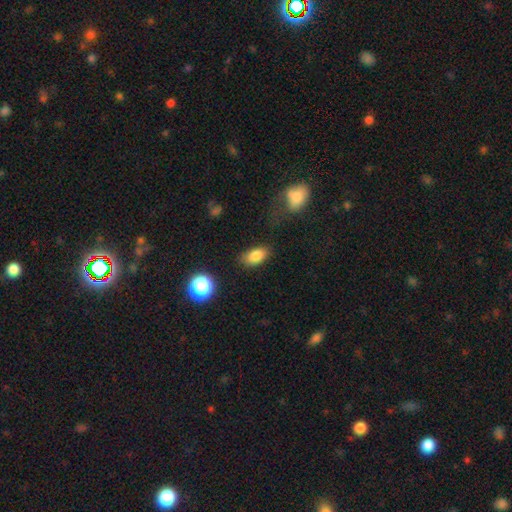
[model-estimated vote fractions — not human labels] Morphology: type=smooth (84%); roundness=in between (89%); merging=none (80%).